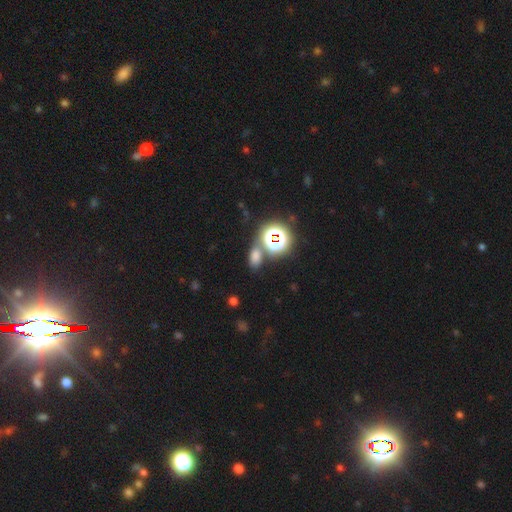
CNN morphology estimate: A smooth galaxy with no disk features (59%) that is in between round and cigar-shaped (75%).

Vote fractions:
- Smooth or featured? smooth: 59% / star or artifact: 34% / featured or disk: 7%
- How rounded? in between: 75% / round: 22% / cigar-shaped: 3%
- Merging? none: 67% / merger: 17% / minor disturbance: 12% / major disturbance: 5%